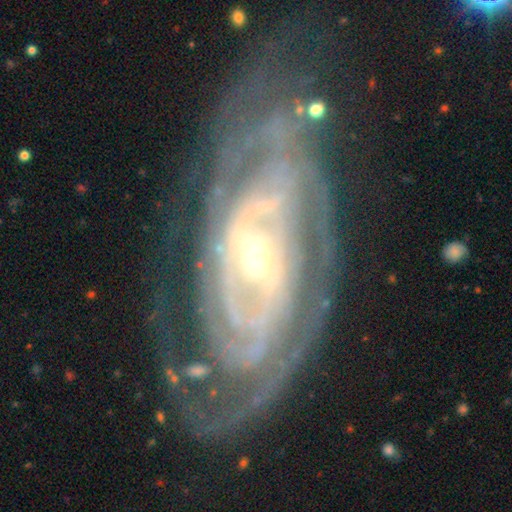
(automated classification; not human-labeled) Smooth or featured? featured or disk (89%)
Edge-on disk? no (93%)
Bar? no (44%)
Spiral arms? yes (96%)
Spiral winding? tight (77%)
Spiral arm count? can't tell (33%)
Bulge size? small (68%)
Merging? none (73%)